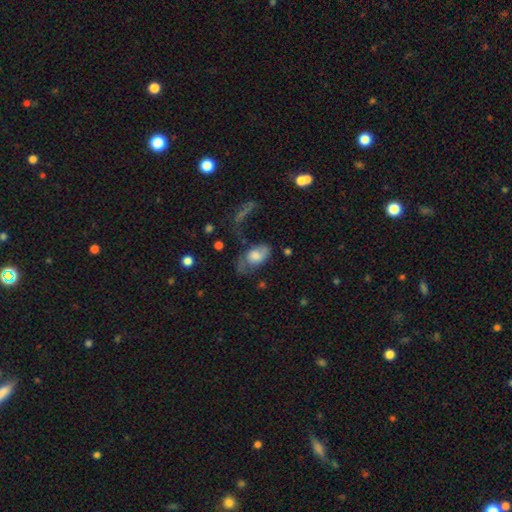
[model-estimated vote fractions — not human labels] Smooth or featured? smooth (63%)
How rounded? in between (89%)
Merging? none (36%)